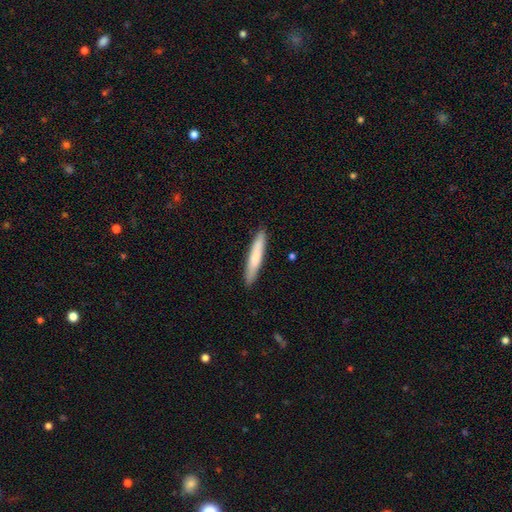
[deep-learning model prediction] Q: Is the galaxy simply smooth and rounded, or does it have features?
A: smooth — 75%.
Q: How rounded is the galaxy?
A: cigar-shaped — 93%.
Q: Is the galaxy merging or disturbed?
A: none — 90%.